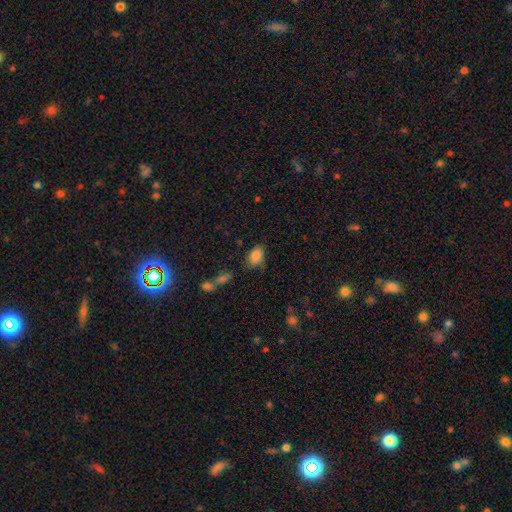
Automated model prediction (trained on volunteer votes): Q: Smooth or featured?
A: smooth (85%); runner-up: star or artifact (9%)
Q: How rounded?
A: in between (87%); runner-up: round (11%)
Q: Merging?
A: none (66%); runner-up: minor disturbance (24%)